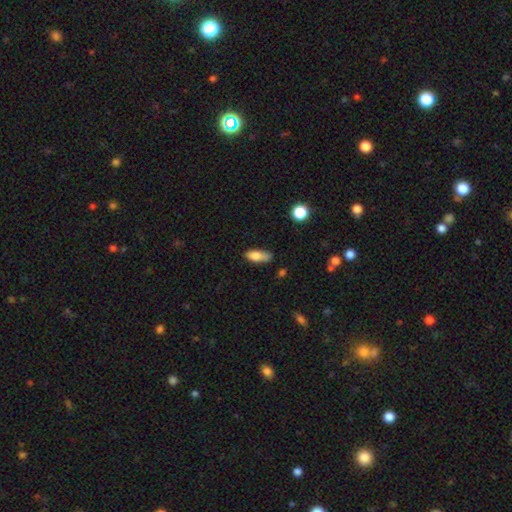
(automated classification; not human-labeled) A smooth galaxy with no disk features (82%) that is in between round and cigar-shaped (75%).

Vote fractions:
- Smooth or featured? smooth: 82% / featured or disk: 11% / star or artifact: 8%
- How rounded? in between: 75% / cigar-shaped: 22% / round: 3%
- Merging? none: 57% / minor disturbance: 32% / major disturbance: 7% / merger: 4%